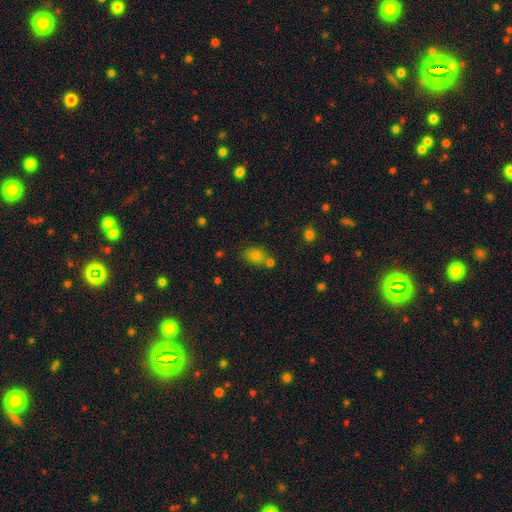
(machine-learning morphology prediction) Smooth or featured? smooth (79%)
How rounded? in between (69%)
Merging? none (56%)